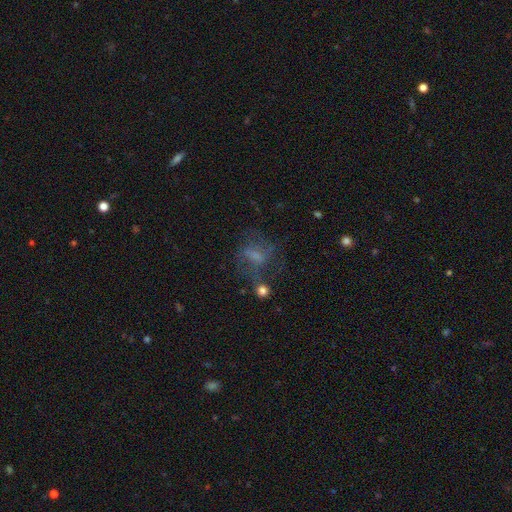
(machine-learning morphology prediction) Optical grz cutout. It shows a featured or disk galaxy (46%). Merging: none (43%).